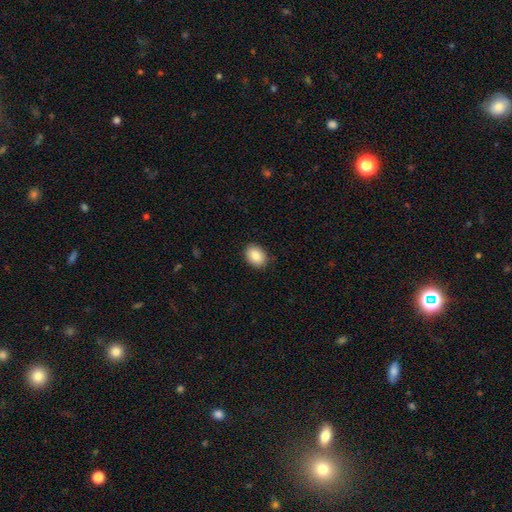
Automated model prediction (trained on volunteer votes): smooth-or-featured: smooth: 87% | star or artifact: 7% | featured or disk: 6%
  how-rounded: in between: 75% | round: 24% | cigar-shaped: 1%
  merging: none: 88% | minor disturbance: 9% | major disturbance: 2% | merger: 1%